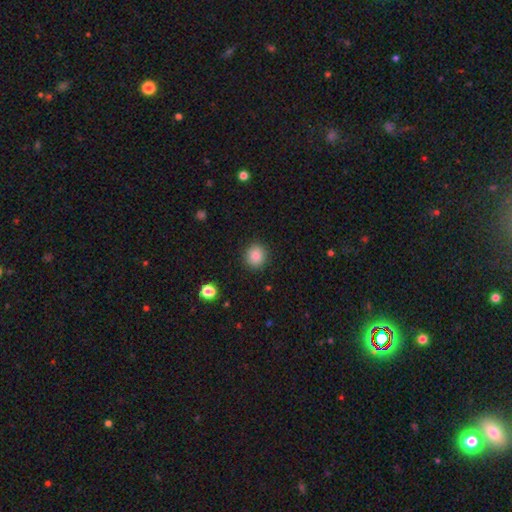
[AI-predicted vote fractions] The model was most divided on "how rounded": round: 86%, in between: 13%, cigar-shaped: 1%. More confident: merging — none (90%); smooth or featured — smooth (85%).